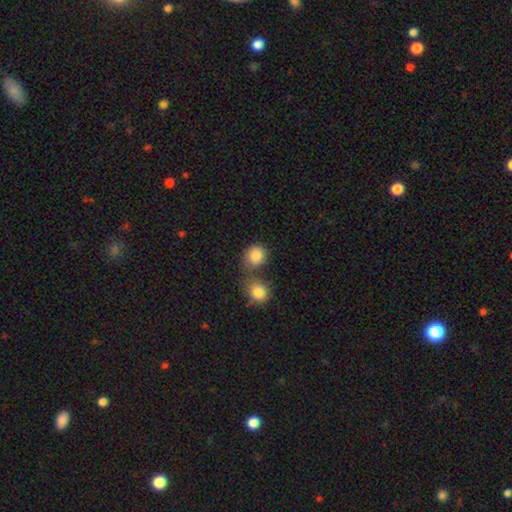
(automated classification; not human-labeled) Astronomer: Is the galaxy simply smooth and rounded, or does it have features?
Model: smooth — 86%.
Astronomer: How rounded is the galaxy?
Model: round — 71%.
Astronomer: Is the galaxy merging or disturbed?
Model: none — 49% (runner-up: merger, 34%).